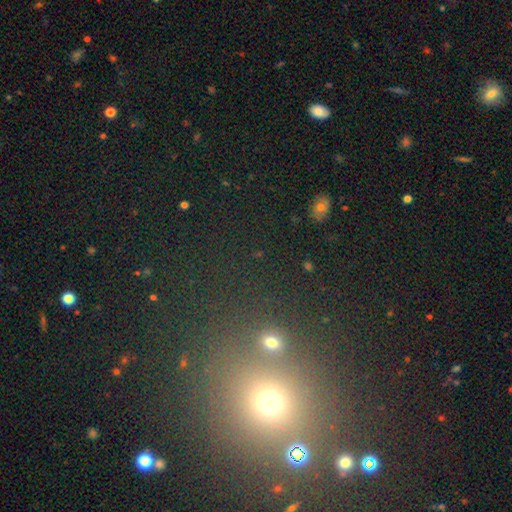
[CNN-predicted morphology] This is possibly a star or artifact rather than a galaxy (50%).